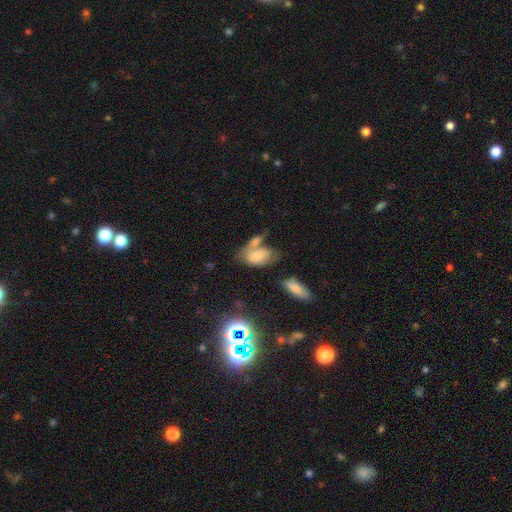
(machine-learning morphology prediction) Smooth or featured? Predicted: smooth (p=0.66). How rounded? Predicted: in between (p=0.92). Merging? Predicted: merger (p=0.42).